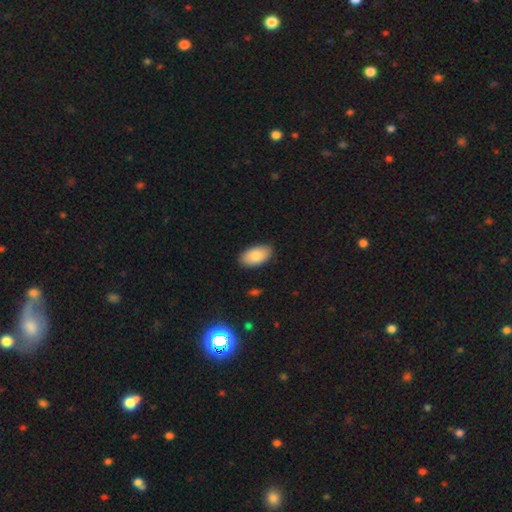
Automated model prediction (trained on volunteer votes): smooth-or-featured: smooth: 86% | featured or disk: 8% | star or artifact: 6%
  how-rounded: in between: 95% | round: 3% | cigar-shaped: 2%
  merging: none: 86% | minor disturbance: 10% | major disturbance: 2% | merger: 1%